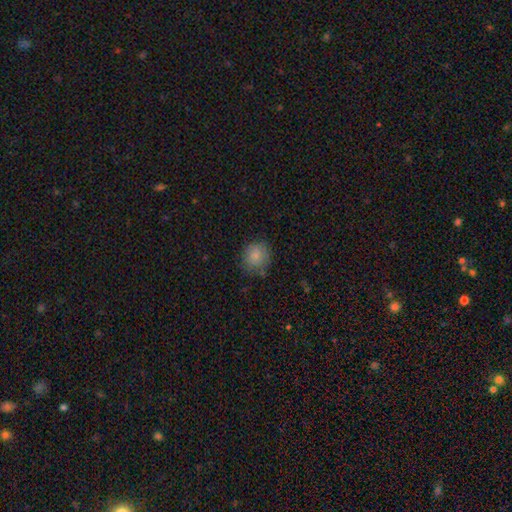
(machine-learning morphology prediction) The model was most divided on "merging": none: 76%, minor disturbance: 18%, major disturbance: 4%, merger: 2%. More confident: how rounded — round (85%); smooth or featured — smooth (84%).